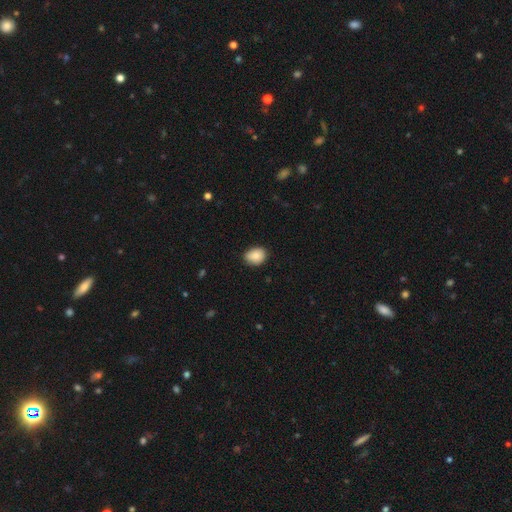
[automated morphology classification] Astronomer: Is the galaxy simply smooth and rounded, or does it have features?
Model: smooth — 88%.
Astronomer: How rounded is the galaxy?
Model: in between — 63%.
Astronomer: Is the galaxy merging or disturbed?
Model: none — 83%.